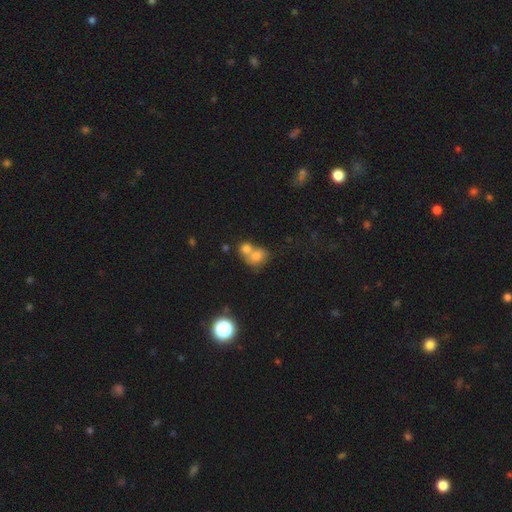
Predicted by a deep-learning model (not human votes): Overall: smooth (74%). How rounded: round (59%; in between 39%). Merging: merger (64%; none 26%).